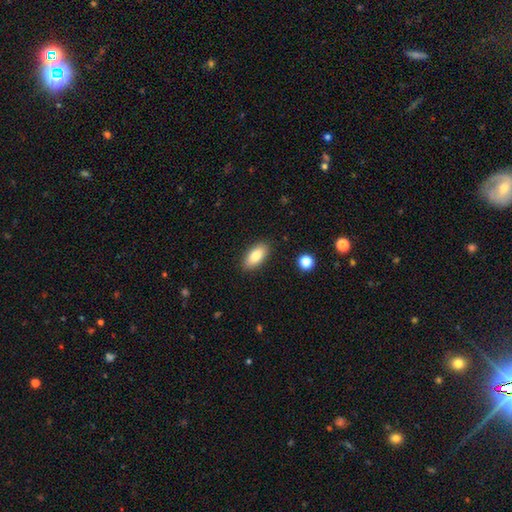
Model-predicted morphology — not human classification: smooth 81%, featured or disk 12%, star or artifact 7%. Down the decision tree: how rounded — in between (89%); merging — none (88%).